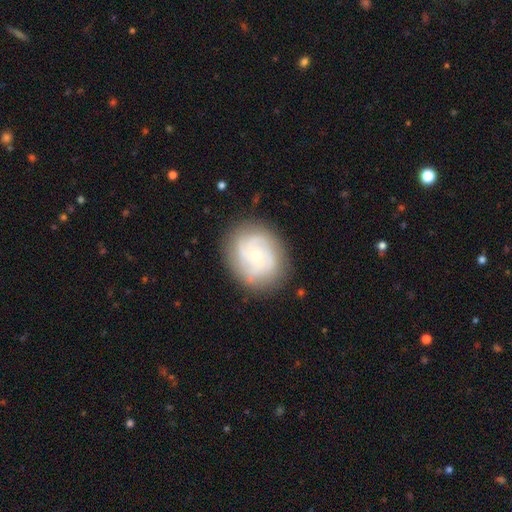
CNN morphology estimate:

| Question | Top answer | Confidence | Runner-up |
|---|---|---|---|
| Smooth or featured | featured or disk | 72% | smooth (21%) |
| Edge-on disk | no | 97% | yes (3%) |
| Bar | no | 72% | weak (24%) |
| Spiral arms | yes | 91% | no (9%) |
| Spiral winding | tight | 53% | medium (36%) |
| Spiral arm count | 3 | 29% | tied: can't tell (29%) |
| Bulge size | small | 69% | moderate (27%) |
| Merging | none | 81% | minor disturbance (13%) |